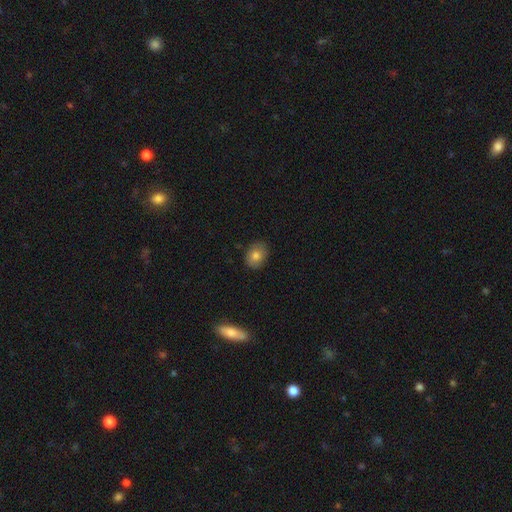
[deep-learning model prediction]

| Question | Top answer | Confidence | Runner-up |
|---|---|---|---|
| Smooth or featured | smooth | 79% | featured or disk (11%) |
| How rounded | in between | 53% | round (46%) |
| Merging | none | 84% | minor disturbance (13%) |